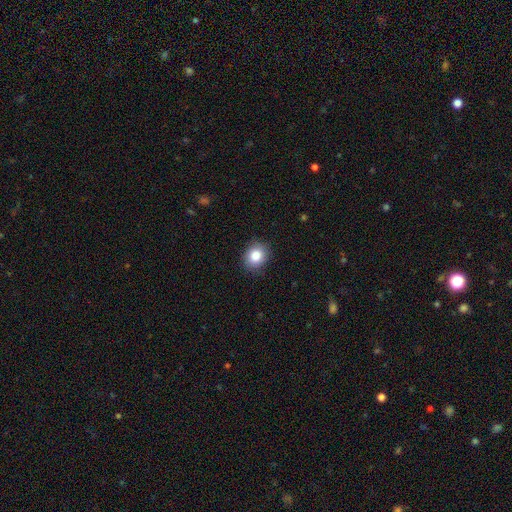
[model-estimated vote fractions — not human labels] smooth_or_featured: smooth (p=0.84) [alt: star or artifact p=0.09]
how_rounded: round (p=0.62) [alt: in between p=0.37]
merging: none (p=0.88) [alt: minor disturbance p=0.09]